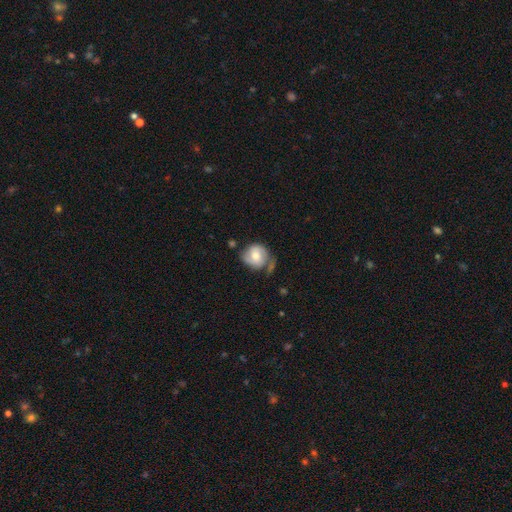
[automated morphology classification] Smooth or featured? smooth (51%)
How rounded? round (79%)
Merging? none (48%)